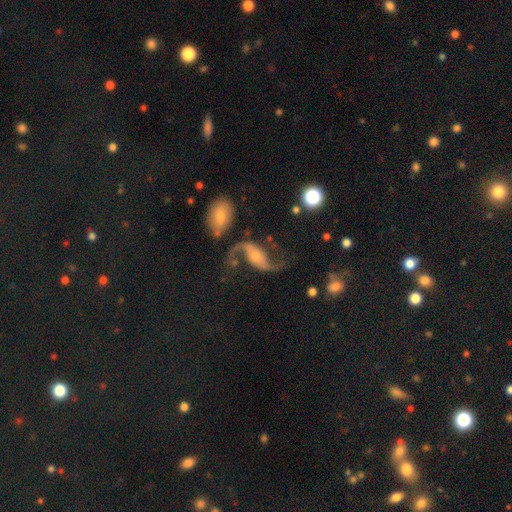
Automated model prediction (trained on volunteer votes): featured or disk 88%, smooth 6%, star or artifact 6%. Down the decision tree: edge-on disk — no (97%); bar — no (46%); spiral arms — yes (96%); spiral arm count — 2 (93%); spiral winding — loose (87%); bulge size — small (45%); merging — none (66%).